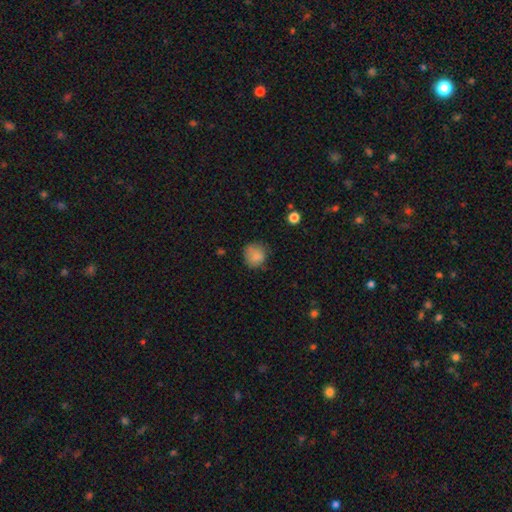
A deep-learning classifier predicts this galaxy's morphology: smooth-or-featured: smooth: 82% | star or artifact: 10% | featured or disk: 8%
  how-rounded: round: 83% | in between: 16% | cigar-shaped: 1%
  merging: none: 70% | minor disturbance: 22% | major disturbance: 6% | merger: 2%